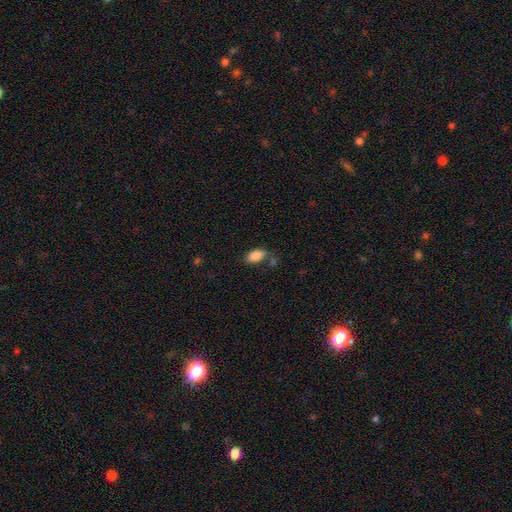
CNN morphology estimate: Smooth or featured? Predicted: smooth (p=0.85). How rounded? Predicted: in between (p=0.92). Merging? Predicted: none (p=0.64).